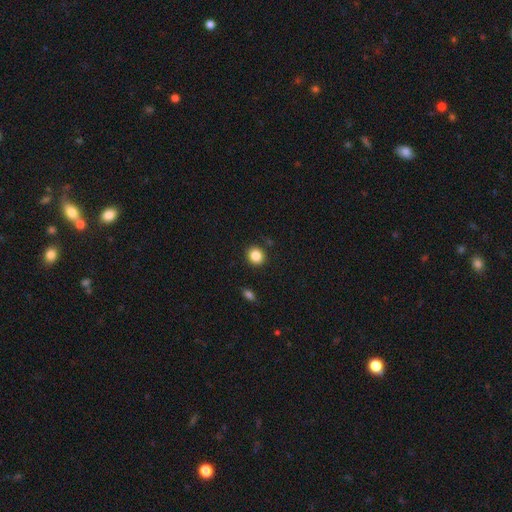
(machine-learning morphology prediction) This is clearly a smooth galaxy (85%). How rounded: clearly round (81%). Merging: clearly none (89%).